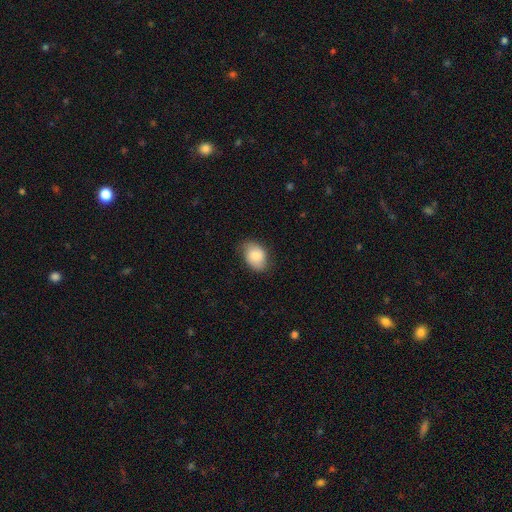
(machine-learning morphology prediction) Smooth or featured? Predicted: smooth (p=0.75). How rounded? Predicted: in between (p=0.74). Merging? Predicted: none (p=0.73).